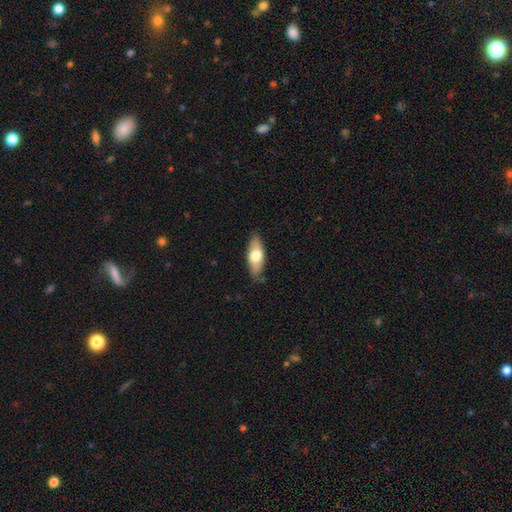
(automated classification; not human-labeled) A smooth galaxy with no disk features (66%) that is in between round and cigar-shaped (78%).

Vote fractions:
- Smooth or featured? smooth: 66% / featured or disk: 29% / star or artifact: 6%
- How rounded? in between: 78% / cigar-shaped: 19% / round: 3%
- Merging? none: 82% / minor disturbance: 14% / major disturbance: 3% / merger: 1%